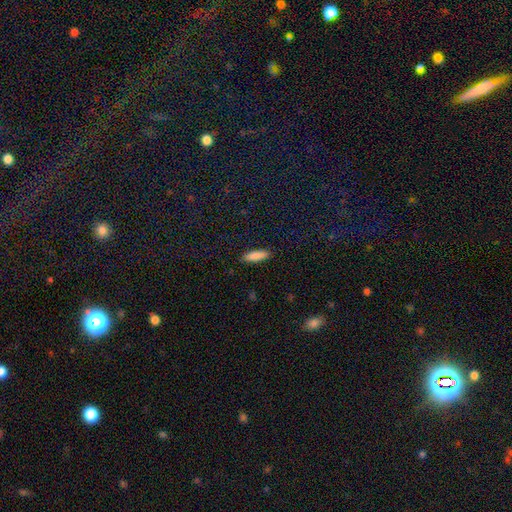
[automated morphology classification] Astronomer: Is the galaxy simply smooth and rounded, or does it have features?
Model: smooth — 87%.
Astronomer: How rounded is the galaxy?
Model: cigar-shaped — 57% (runner-up: in between, 42%).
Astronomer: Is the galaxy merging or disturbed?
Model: none — 89%.